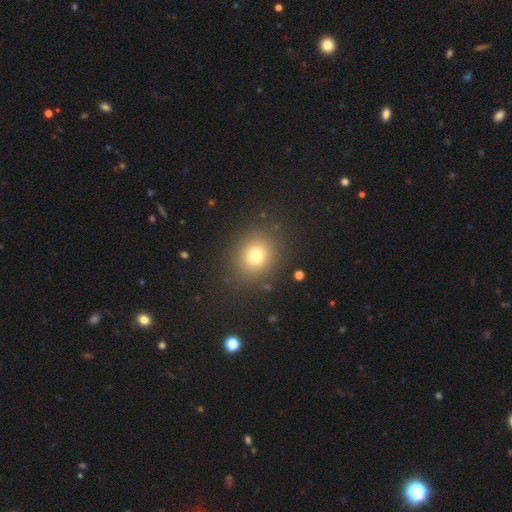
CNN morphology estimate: Overall: smooth (75%). How rounded: round (74%). Merging: none (87%).